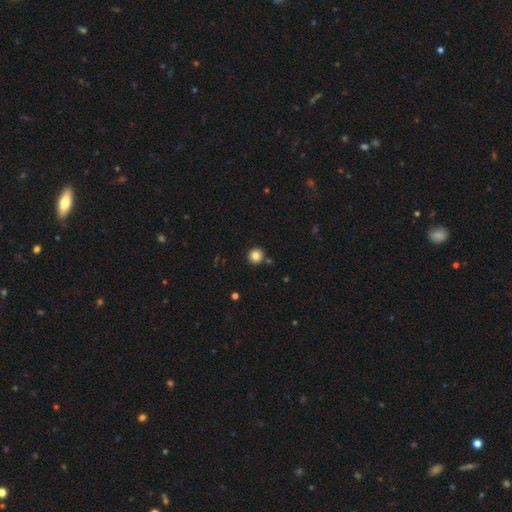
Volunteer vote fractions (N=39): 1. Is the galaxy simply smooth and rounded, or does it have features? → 82% smooth, 10% featured or disk, 8% star or artifact.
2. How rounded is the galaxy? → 94% round, 6% in between, 0% cigar-shaped.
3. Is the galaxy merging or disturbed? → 97% none, 3% minor disturbance, 0% major disturbance, 0% merger.